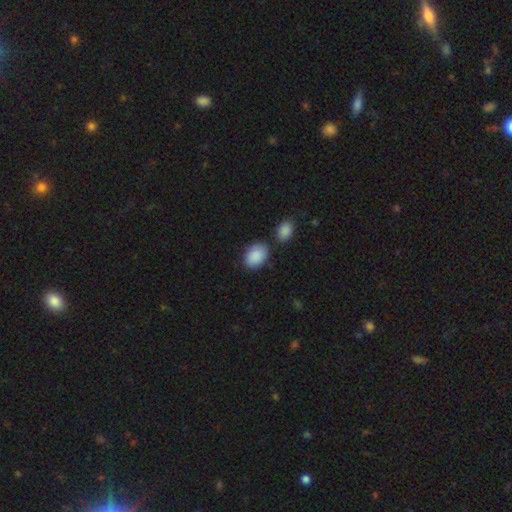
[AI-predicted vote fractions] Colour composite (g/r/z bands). It shows a smooth galaxy with no disk features (90%) that is in between round and cigar-shaped (85%). Merging: none (73%).